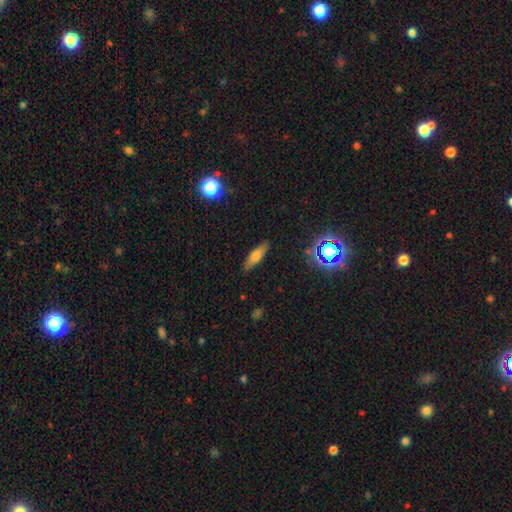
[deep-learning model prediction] Morphology: type=smooth (63%); roundness=cigar-shaped (59%); merging=none (86%).